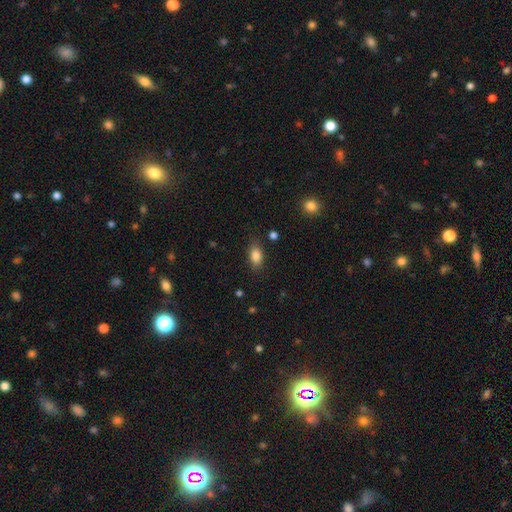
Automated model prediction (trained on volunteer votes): Morphology: type=smooth (83%); roundness=in between (84%); merging=none (79%).